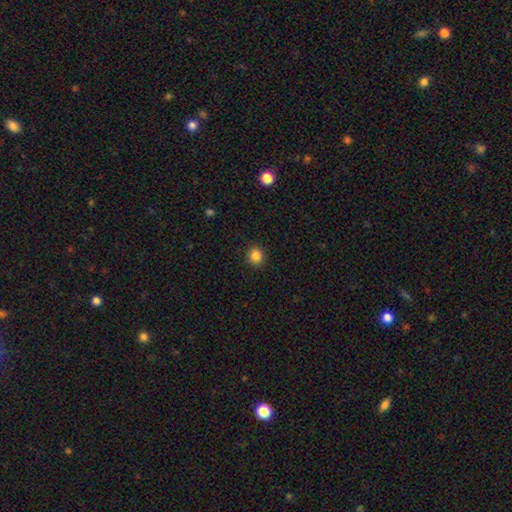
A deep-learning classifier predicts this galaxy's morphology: A smooth galaxy with no disk features (85%) that is round (85%). Merging: none (92%).